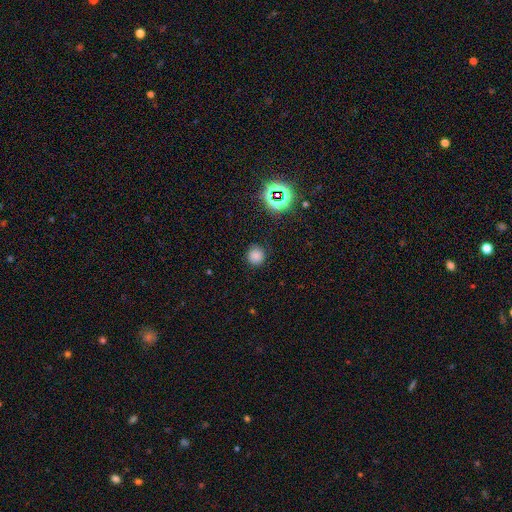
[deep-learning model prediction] Q: Smooth or featured?
A: smooth (76%); runner-up: star or artifact (19%)
Q: How rounded?
A: round (93%); runner-up: in between (6%)
Q: Merging?
A: none (88%); runner-up: minor disturbance (8%)